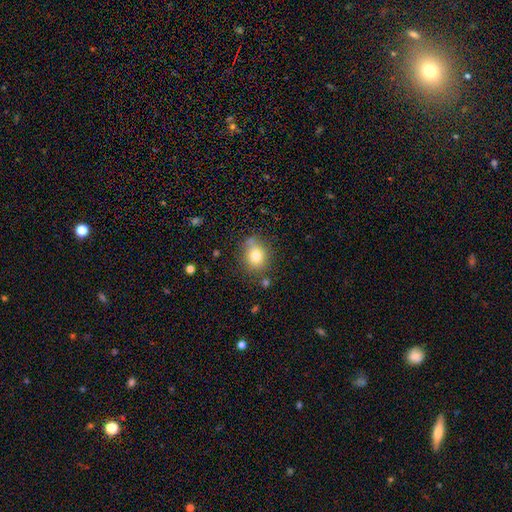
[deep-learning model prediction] smooth-or-featured: smooth: 77% | featured or disk: 11% | star or artifact: 11%
  how-rounded: round: 63% | in between: 36% | cigar-shaped: 1%
  merging: none: 72% | minor disturbance: 17% | merger: 6% | major disturbance: 5%